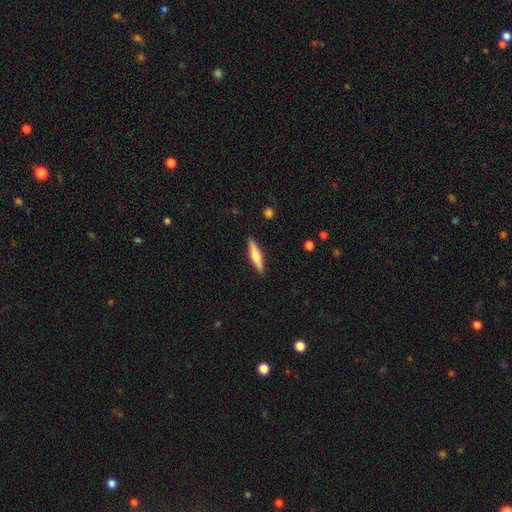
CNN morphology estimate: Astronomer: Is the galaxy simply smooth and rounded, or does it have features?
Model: smooth — 55% (runner-up: featured or disk, 39%).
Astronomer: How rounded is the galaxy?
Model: cigar-shaped — 82%.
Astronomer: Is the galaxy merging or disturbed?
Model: none — 90%.